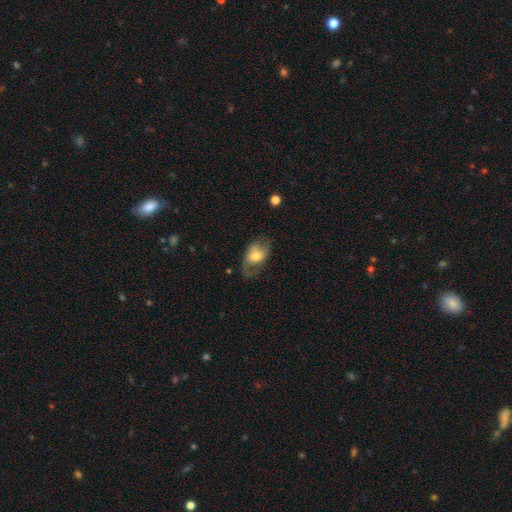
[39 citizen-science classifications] Smooth or featured? 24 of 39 (62%) said smooth. How rounded? 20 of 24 (83%) said in between. Merging? 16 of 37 (43%) said none.